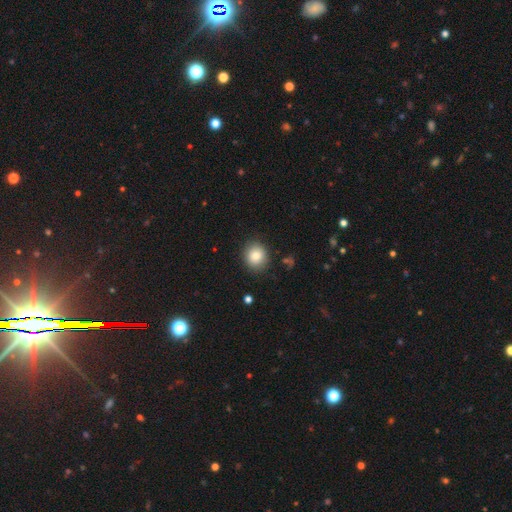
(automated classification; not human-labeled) This appears to be a smooth galaxy with no disk features (82%) that is round (78%). Merging: none (87%).